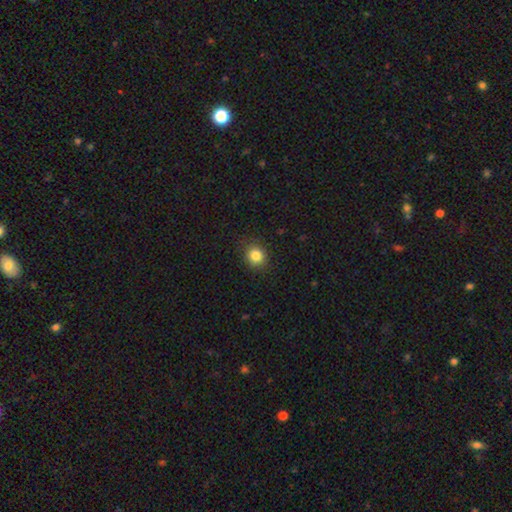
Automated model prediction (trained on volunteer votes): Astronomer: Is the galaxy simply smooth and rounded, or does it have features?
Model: smooth — 84%.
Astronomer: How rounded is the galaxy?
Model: round — 79%.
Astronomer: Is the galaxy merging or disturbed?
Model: none — 88%.